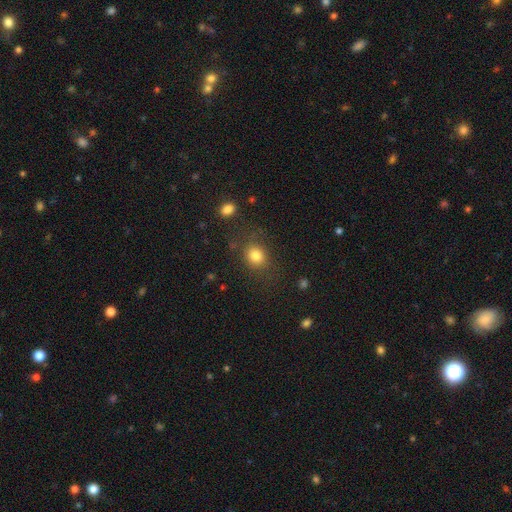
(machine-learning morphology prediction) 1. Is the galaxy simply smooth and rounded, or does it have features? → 81% smooth, 12% star or artifact, 7% featured or disk.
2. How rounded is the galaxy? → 68% round, 31% in between, 1% cigar-shaped.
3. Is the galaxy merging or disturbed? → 78% none, 13% minor disturbance, 6% major disturbance, 3% merger.